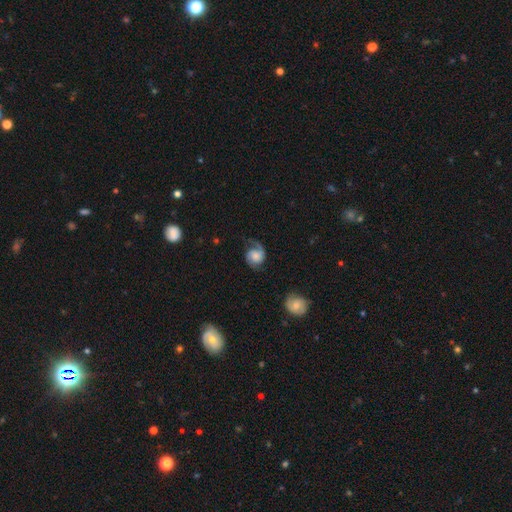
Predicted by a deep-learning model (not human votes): smooth_or_featured: featured or disk (p=0.75) [alt: smooth p=0.18]
disk_edge_on: no (p=0.98) [alt: yes p=0.02]
bar: no (p=0.63) [alt: weak p=0.31]
has_spiral_arms: yes (p=0.96) [alt: no p=0.04]
spiral_winding: medium (p=0.47) [alt: loose p=0.27]
spiral_arm_count: 2 (p=0.77) [alt: 1 p=0.16]
bulge_size: moderate (p=0.31) [alt: large p=0.23]
merging: none (p=0.62) [alt: minor disturbance p=0.21]